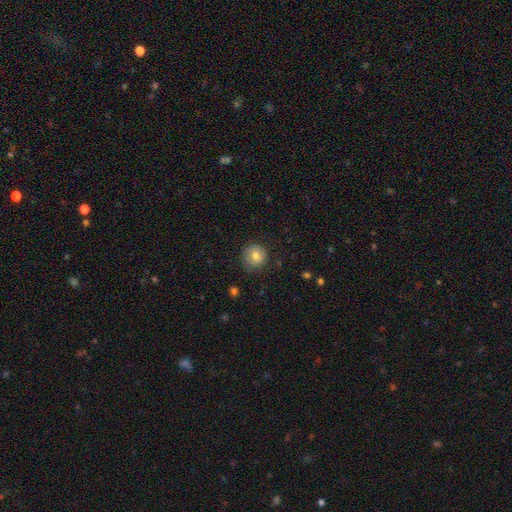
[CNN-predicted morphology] Q: Smooth or featured?
A: smooth (75%); runner-up: featured or disk (17%)
Q: How rounded?
A: round (89%); runner-up: in between (10%)
Q: Merging?
A: none (76%); runner-up: minor disturbance (18%)